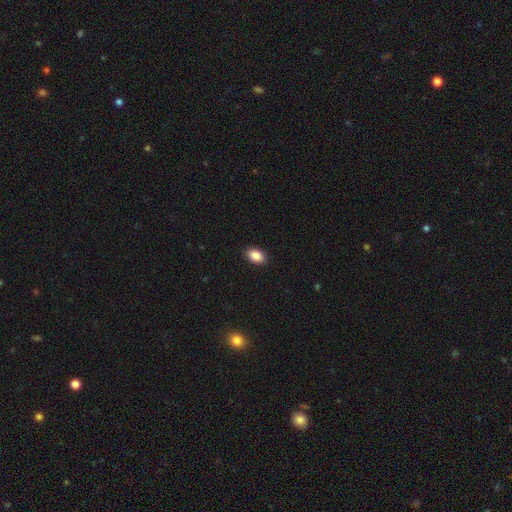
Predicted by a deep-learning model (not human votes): smooth 88%, star or artifact 8%, featured or disk 4%. Down the decision tree: how rounded — in between (86%); merging — none (90%).